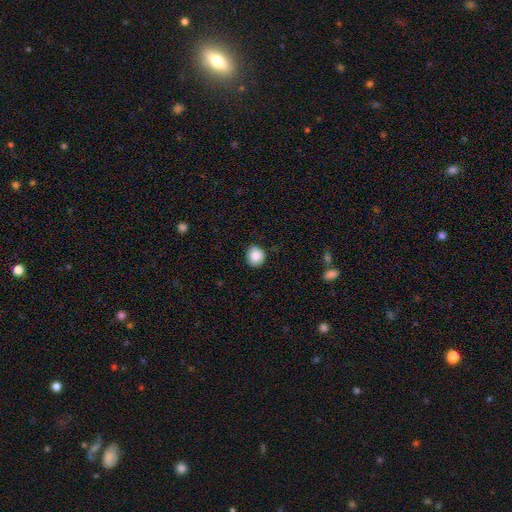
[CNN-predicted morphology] A smooth galaxy with no disk features (88%) that is round (85%). Merging: none (85%).